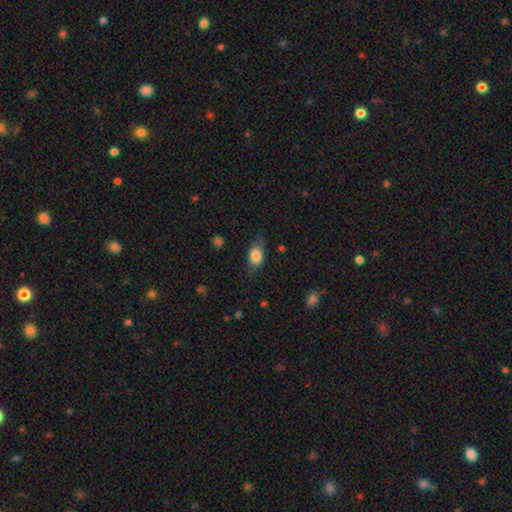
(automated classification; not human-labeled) smooth 78%, featured or disk 14%, star or artifact 8%. Down the decision tree: how rounded — in between (82%); merging — none (68%).